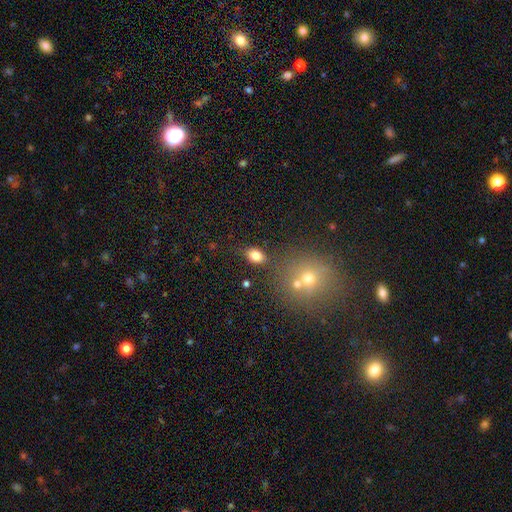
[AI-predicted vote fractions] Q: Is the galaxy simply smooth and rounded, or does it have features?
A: smooth — 80%.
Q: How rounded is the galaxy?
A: in between — 80%.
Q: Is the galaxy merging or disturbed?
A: none — 77%.